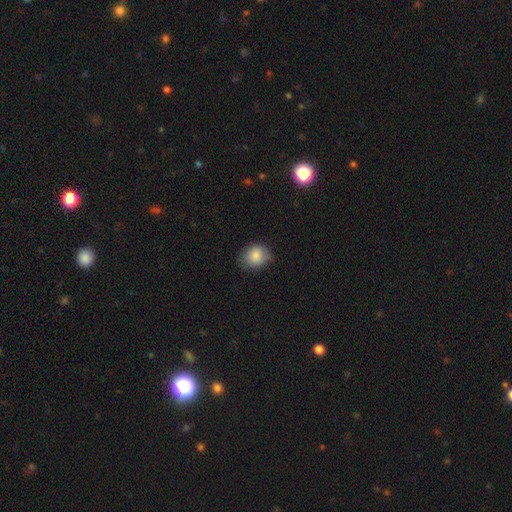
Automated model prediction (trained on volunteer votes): Smooth or featured?
  - smooth: 83% *
  - featured or disk: 9%
  - star or artifact: 8%
How rounded?
  - round: 51% *
  - in between: 48%
  - cigar-shaped: 1%
Merging?
  - none: 71% *
  - minor disturbance: 23%
  - major disturbance: 5%
  - merger: 1%